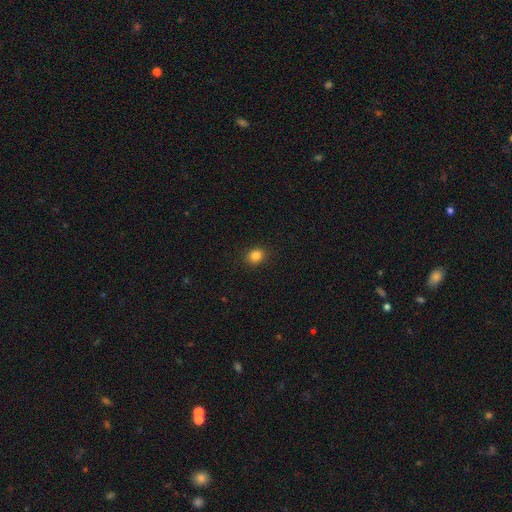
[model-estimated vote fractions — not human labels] A smooth galaxy with no disk features (84%) that is round (69%).

Vote fractions:
- Smooth or featured? smooth: 84% / star or artifact: 11% / featured or disk: 5%
- How rounded? round: 69% / in between: 30% / cigar-shaped: 1%
- Merging? none: 91% / minor disturbance: 6% / major disturbance: 2% / merger: 1%